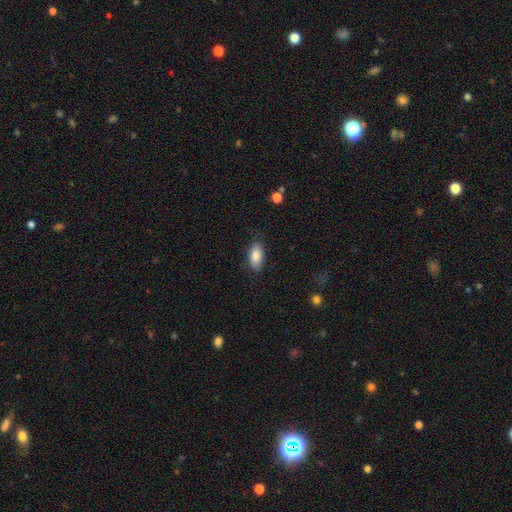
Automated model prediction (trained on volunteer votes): Smooth or featured?
  - smooth: 86% *
  - featured or disk: 7%
  - star or artifact: 7%
How rounded?
  - in between: 92% *
  - cigar-shaped: 5%
  - round: 3%
Merging?
  - none: 79% *
  - minor disturbance: 16%
  - major disturbance: 4%
  - merger: 1%